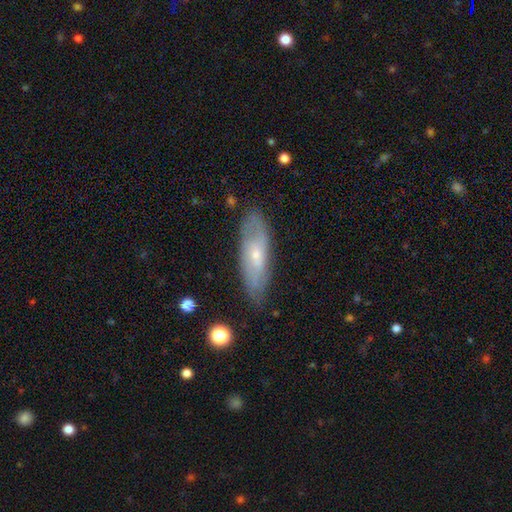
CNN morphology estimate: The model was most divided on "smooth or featured": featured or disk: 60%, smooth: 33%, star or artifact: 7%. More confident: merging — none (78%); edge-on disk — no (71%).